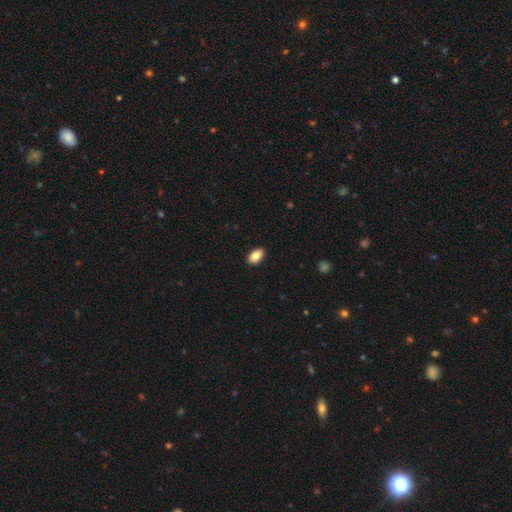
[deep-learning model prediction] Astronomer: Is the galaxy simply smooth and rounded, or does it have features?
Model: smooth — 85%.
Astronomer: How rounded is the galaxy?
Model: in between — 91%.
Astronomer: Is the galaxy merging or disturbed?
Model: none — 89%.